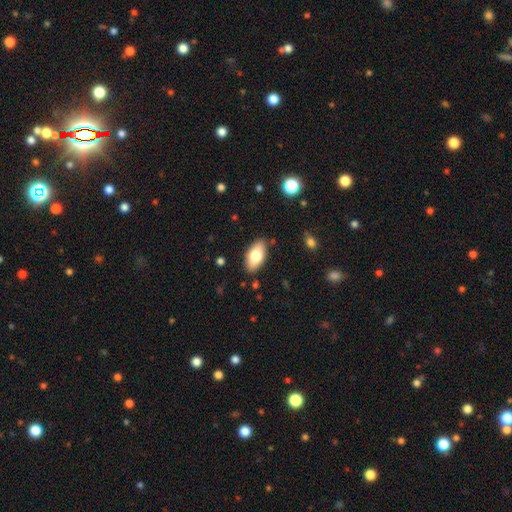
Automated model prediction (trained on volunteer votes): smooth 76%, featured or disk 17%, star or artifact 7%. Down the decision tree: how rounded — in between (92%); merging — none (86%).